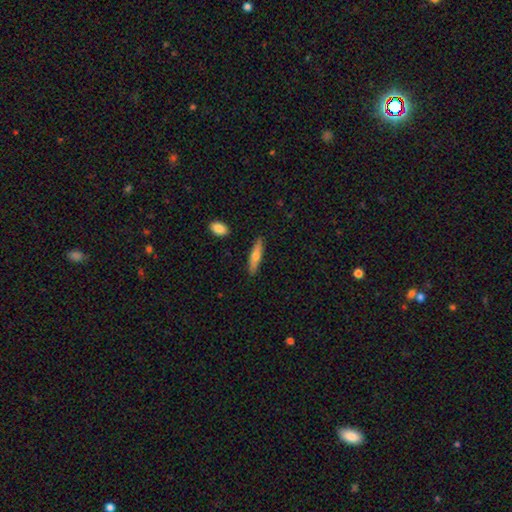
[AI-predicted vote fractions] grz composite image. It shows a smooth galaxy with no disk features (58%) that is cigar-shaped (78%). Merging: none (88%).